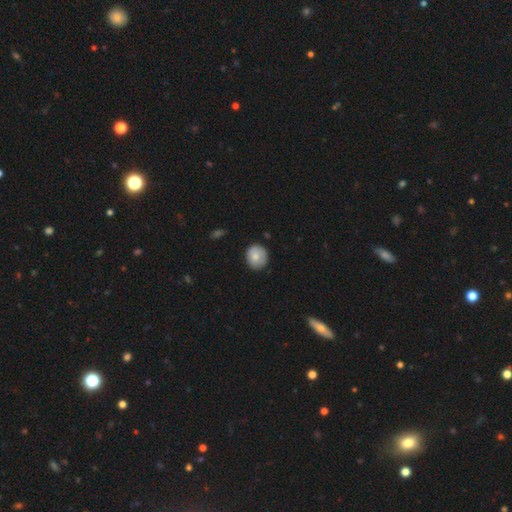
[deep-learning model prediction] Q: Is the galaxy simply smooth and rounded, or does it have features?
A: smooth — 79%.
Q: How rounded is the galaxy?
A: round — 83%.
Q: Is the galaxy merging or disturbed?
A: none — 83%.